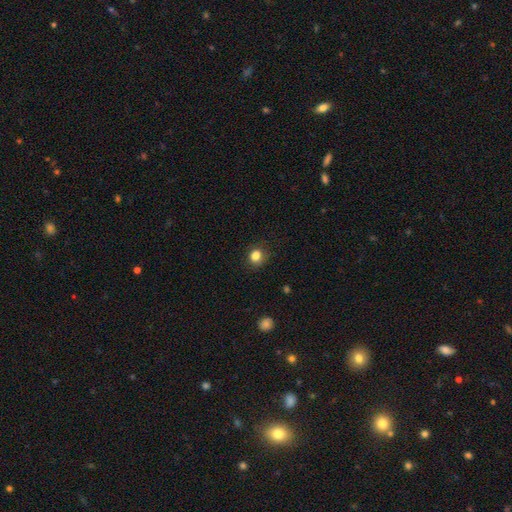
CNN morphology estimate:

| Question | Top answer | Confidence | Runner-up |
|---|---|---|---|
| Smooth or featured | smooth | 84% | star or artifact (12%) |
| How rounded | round | 70% | in between (29%) |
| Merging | none | 82% | minor disturbance (14%) |